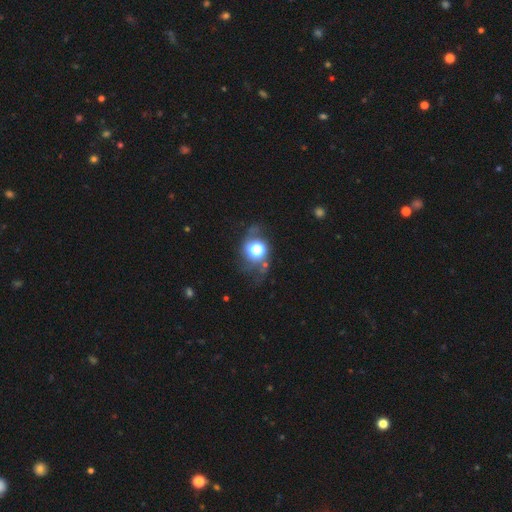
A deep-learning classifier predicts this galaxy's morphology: Smooth or featured?
  - featured or disk: 39% *
  - smooth: 32%
  - star or artifact: 29%
Merging?
  - none: 62% *
  - major disturbance: 18%
  - minor disturbance: 15%
  - merger: 5%